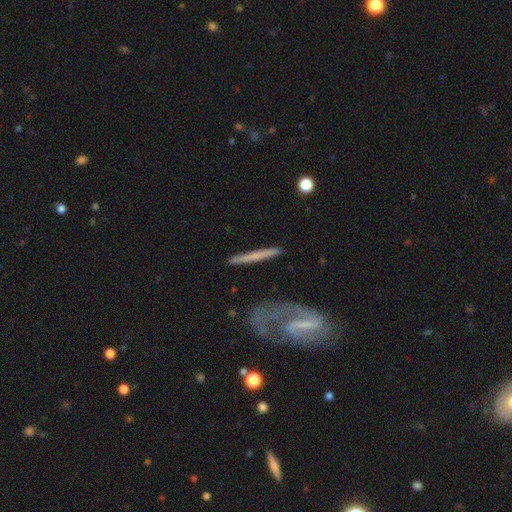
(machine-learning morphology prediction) smooth-or-featured: featured or disk: 51% | smooth: 42% | star or artifact: 7%
  disk-edge-on: yes: 74% | no: 26%
  merging: none: 79% | minor disturbance: 12% | major disturbance: 5% | merger: 4%